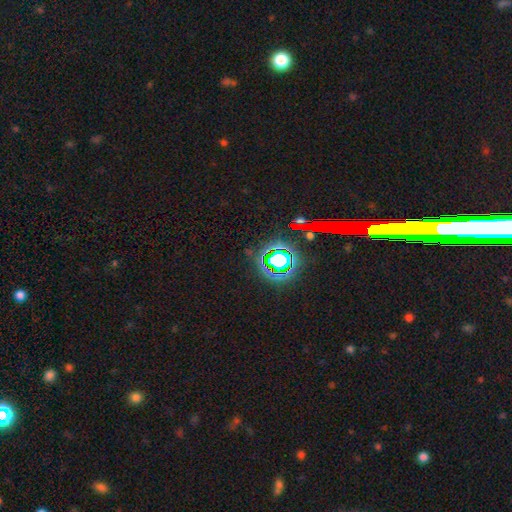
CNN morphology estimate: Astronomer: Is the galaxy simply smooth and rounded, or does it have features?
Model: star or artifact — 79%.